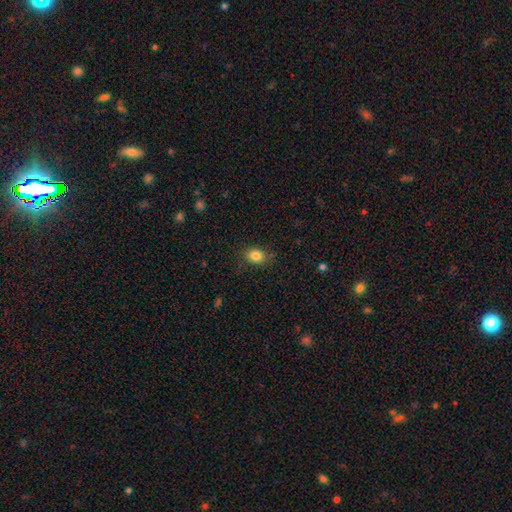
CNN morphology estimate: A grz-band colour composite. It shows a smooth galaxy with no disk features (84%) that is in between round and cigar-shaped (61%). Merging: none (83%).